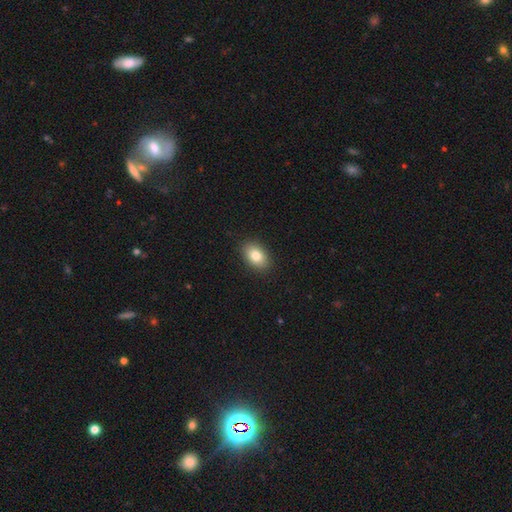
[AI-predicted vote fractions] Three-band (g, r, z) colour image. It shows a smooth galaxy with no disk features (82%) that is in between round and cigar-shaped (85%). Merging: none (90%).